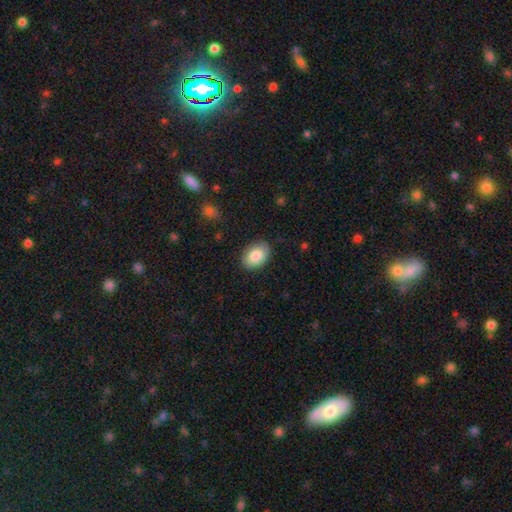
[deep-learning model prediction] This is clearly a smooth galaxy (86%). How rounded: clearly in between (85%). Merging: clearly none (86%).